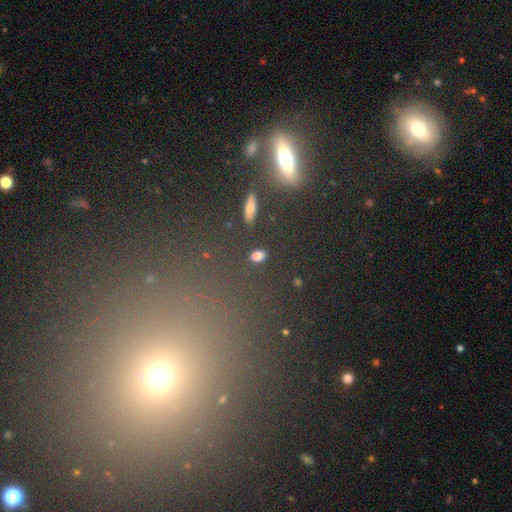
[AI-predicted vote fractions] Smooth or featured?
  - smooth: 81% *
  - star or artifact: 14%
  - featured or disk: 6%
How rounded?
  - in between: 77% *
  - round: 17%
  - cigar-shaped: 5%
Merging?
  - none: 86% *
  - minor disturbance: 8%
  - major disturbance: 3%
  - merger: 3%